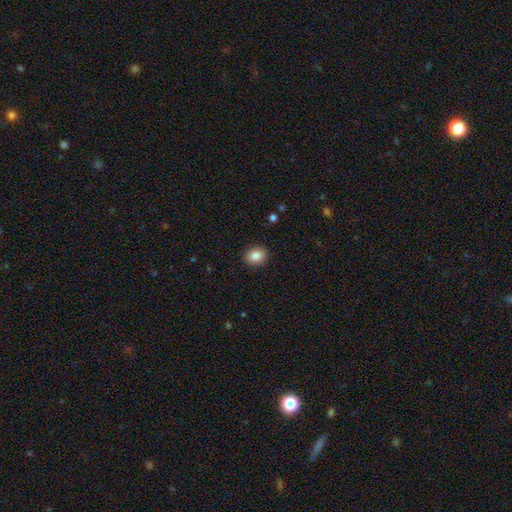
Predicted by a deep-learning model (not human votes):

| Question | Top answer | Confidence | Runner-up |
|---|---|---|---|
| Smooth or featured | smooth | 87% | star or artifact (9%) |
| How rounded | in between | 50% | round (49%) |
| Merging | none | 90% | minor disturbance (7%) |